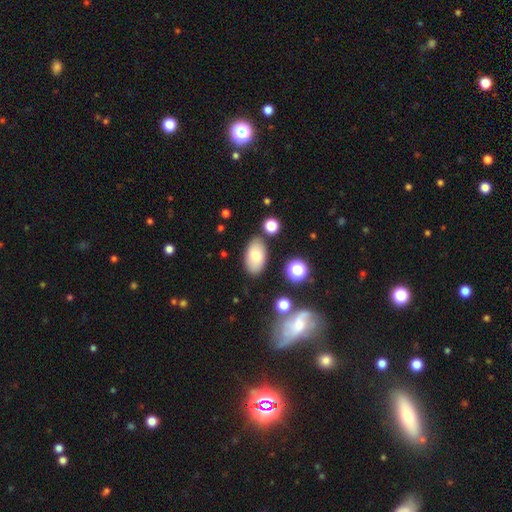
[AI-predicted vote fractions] Overall: smooth (74%). How rounded: in between (93%). Merging: none (81%).